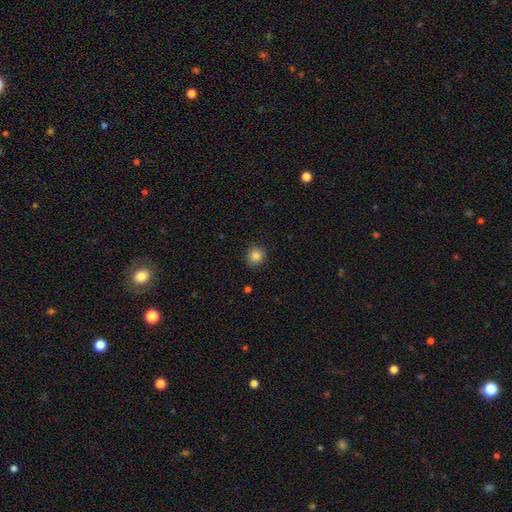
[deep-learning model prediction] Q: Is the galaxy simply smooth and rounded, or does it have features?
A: smooth — 85%.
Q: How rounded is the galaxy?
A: round — 91%.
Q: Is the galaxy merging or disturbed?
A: none — 89%.